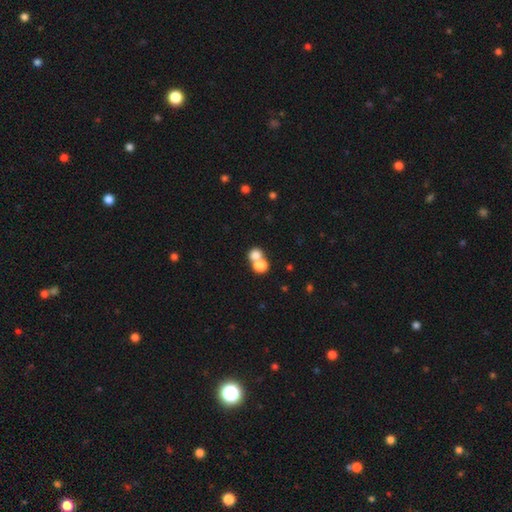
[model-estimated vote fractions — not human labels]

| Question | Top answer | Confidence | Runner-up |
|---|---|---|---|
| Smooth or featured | smooth | 77% | star or artifact (12%) |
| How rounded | round | 72% | in between (27%) |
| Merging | merger | 58% | none (33%) |